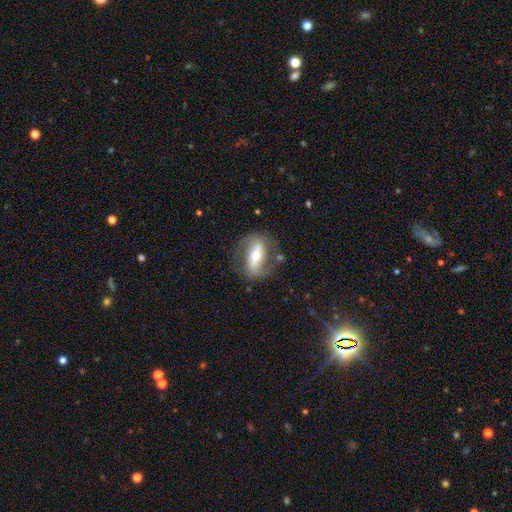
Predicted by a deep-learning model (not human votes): This appears to be a featured or disk galaxy (72%) with a strong bar (60%), spiral arms (69%) and a moderate central bulge (64%). Merging: none (71%).